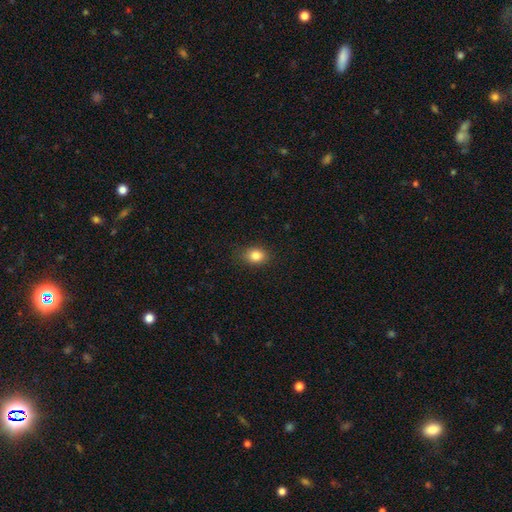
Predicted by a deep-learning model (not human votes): Smooth or featured?
  - smooth: 84% *
  - star or artifact: 10%
  - featured or disk: 6%
How rounded?
  - in between: 57% *
  - round: 42%
  - cigar-shaped: 1%
Merging?
  - none: 85% *
  - minor disturbance: 11%
  - major disturbance: 3%
  - merger: 1%